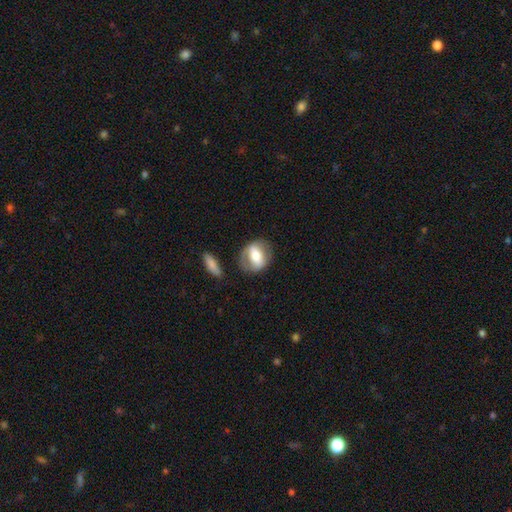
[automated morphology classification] This is possibly a smooth galaxy (48%). Merging: likely none (73%).